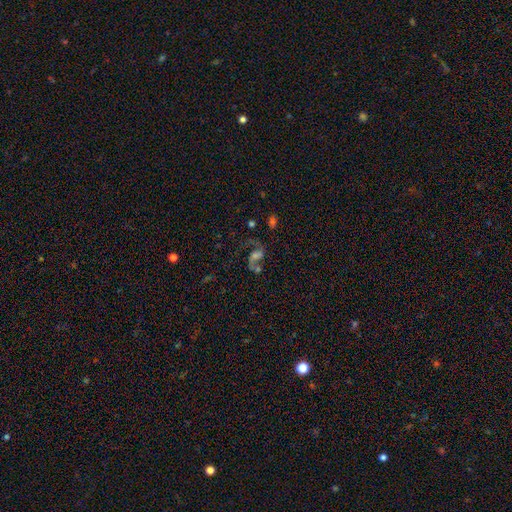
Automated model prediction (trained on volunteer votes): Smooth or featured?
  - featured or disk: 71% *
  - star or artifact: 15%
  - smooth: 14%
Edge-on disk?
  - no: 97% *
  - yes: 3%
Bar?
  - no: 45% *
  - weak: 39%
  - strong: 16%
Spiral arms?
  - yes: 89% *
  - no: 11%
Spiral winding?
  - loose: 60% *
  - medium: 33%
  - tight: 7%
Spiral arm count?
  - 2: 80% *
  - 1: 14%
  - can't tell: 3%
  - 3: 1%
  - 4: 1%
  - more than 4: 1%
Bulge size?
  - moderate: 36% *
  - small: 26%
  - none: 19%
  - large: 16%
  - dominant: 3%
Merging?
  - none: 42% *
  - major disturbance: 22%
  - merger: 21%
  - minor disturbance: 14%